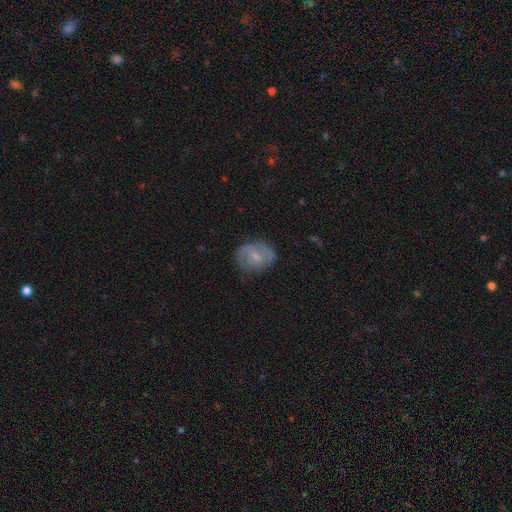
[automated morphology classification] featured or disk 48%, smooth 44%, star or artifact 8%. Down the decision tree: merging — none (69%).